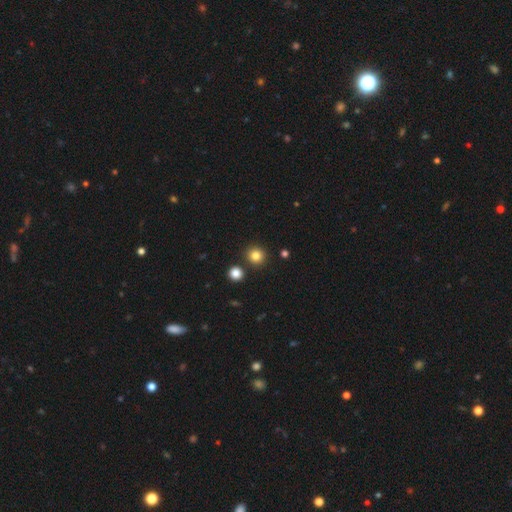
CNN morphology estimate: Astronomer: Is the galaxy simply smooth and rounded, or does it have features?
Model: smooth — 83%.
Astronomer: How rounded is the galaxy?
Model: round — 93%.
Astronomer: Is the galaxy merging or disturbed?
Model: none — 87%.